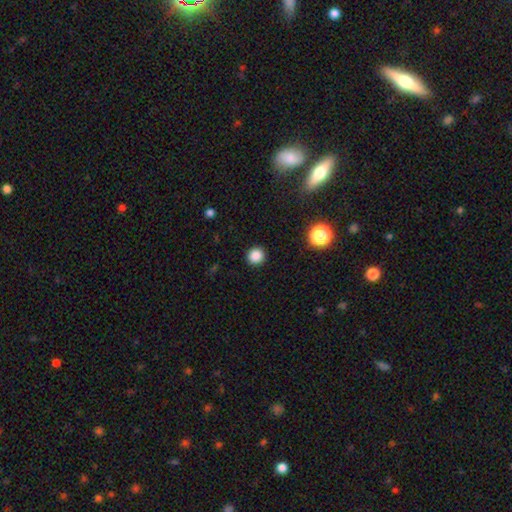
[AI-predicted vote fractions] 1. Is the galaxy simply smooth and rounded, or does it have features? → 85% smooth, 12% star or artifact, 3% featured or disk.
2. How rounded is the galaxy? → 93% round, 6% in between, 1% cigar-shaped.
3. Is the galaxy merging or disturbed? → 92% none, 5% minor disturbance, 2% major disturbance, 1% merger.